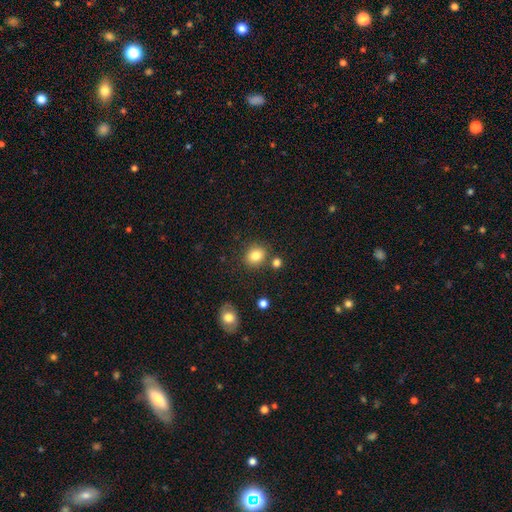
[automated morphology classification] A smooth galaxy with no disk features (82%) that is round (72%). Merging: none (79%).